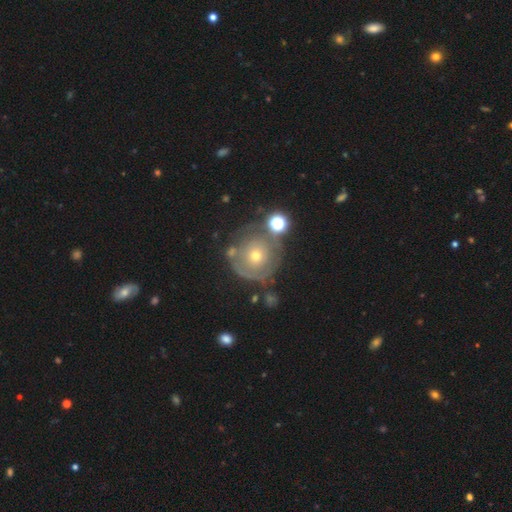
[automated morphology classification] type=featured or disk (60%); edge-on=no (96%); bar=no (90%); spiral arms=no (50%, tied with yes); bulge=small (57%); merging=none (64%).